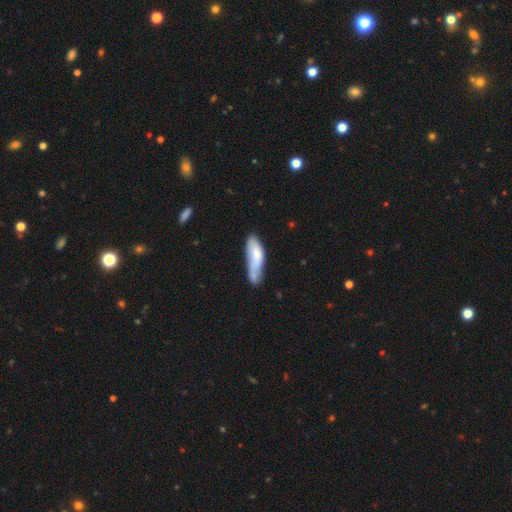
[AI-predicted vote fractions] smooth_or_featured: smooth (p=0.67) [alt: featured or disk p=0.26]
how_rounded: cigar-shaped (p=0.53) [alt: in between p=0.45]
merging: none (p=0.36) [alt: minor disturbance p=0.32]